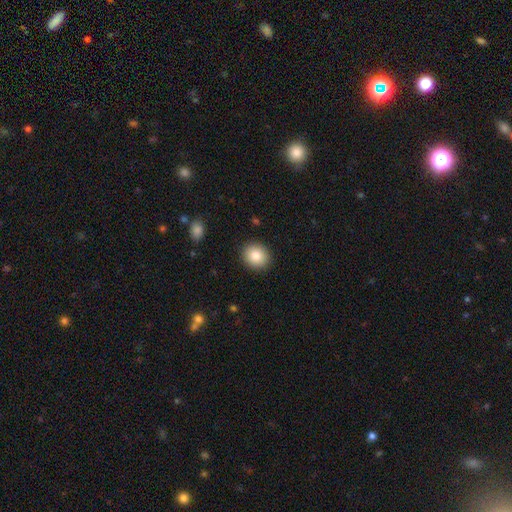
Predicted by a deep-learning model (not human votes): Q: Smooth or featured?
A: smooth (84%); runner-up: star or artifact (8%)
Q: How rounded?
A: round (75%); runner-up: in between (24%)
Q: Merging?
A: none (90%); runner-up: minor disturbance (7%)